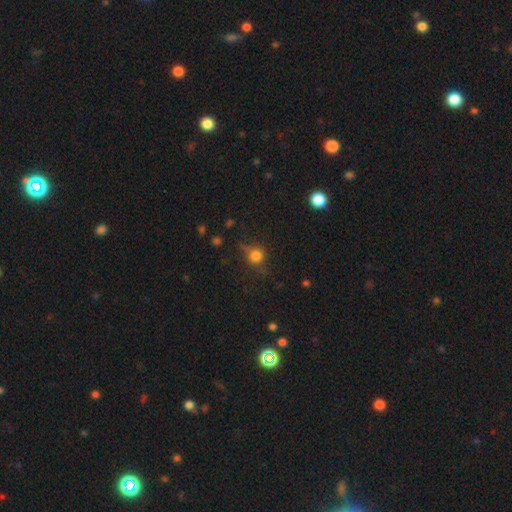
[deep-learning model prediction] smooth-or-featured: smooth: 75% | star or artifact: 16% | featured or disk: 9%
  how-rounded: round: 88% | in between: 11% | cigar-shaped: 1%
  merging: none: 70% | minor disturbance: 19% | major disturbance: 8% | merger: 3%